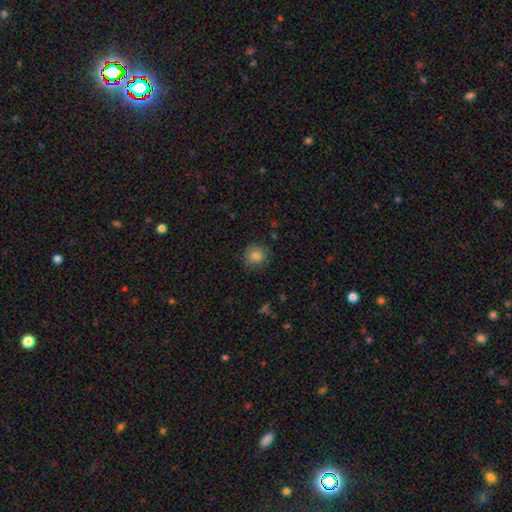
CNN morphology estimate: Smooth or featured? Predicted: smooth (p=0.82). How rounded? Predicted: round (p=0.89). Merging? Predicted: none (p=0.84).